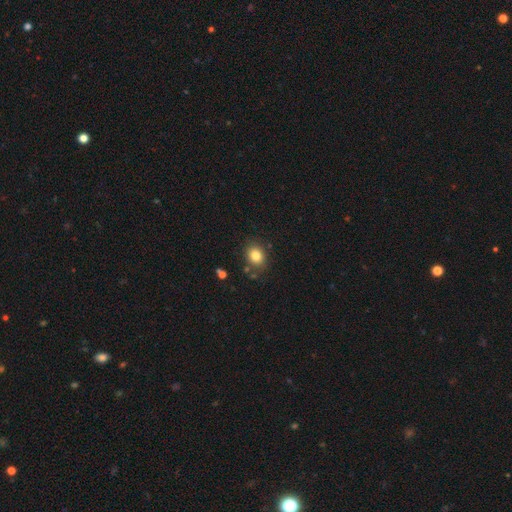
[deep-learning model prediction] A smooth galaxy with no disk features (82%) that is round (54%). Merging: none (82%).